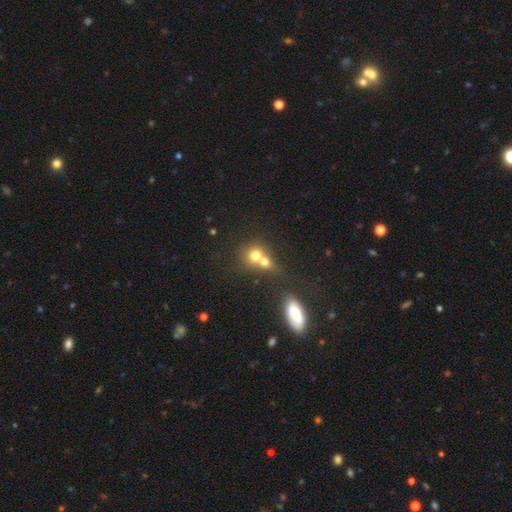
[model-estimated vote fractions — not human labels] This appears to be a smooth galaxy with no disk features (71%) that is round (74%). Merging: merger (63%).